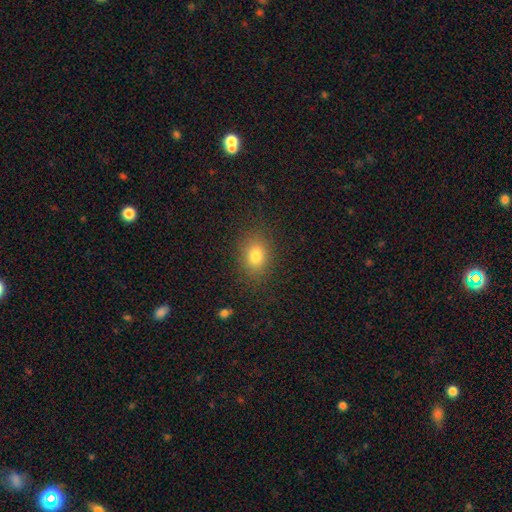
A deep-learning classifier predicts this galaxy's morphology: smooth_or_featured: smooth (p=0.80) [alt: star or artifact p=0.12]
how_rounded: in between (p=0.64) [alt: round p=0.34]
merging: none (p=0.86) [alt: minor disturbance p=0.10]